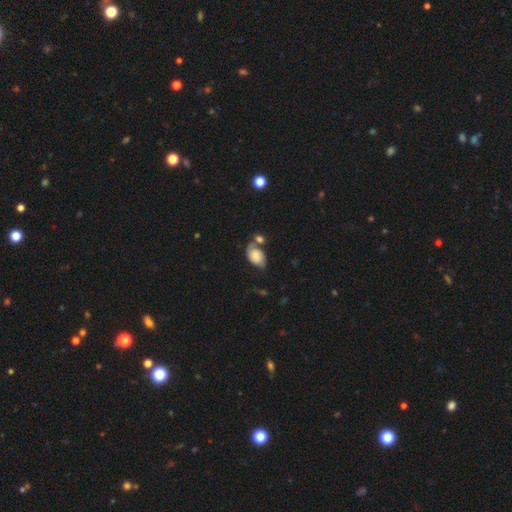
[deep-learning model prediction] smooth_or_featured: smooth (p=0.62) [alt: featured or disk p=0.29]
how_rounded: in between (p=0.87) [alt: round p=0.11]
merging: none (p=0.42) [alt: merger p=0.25]